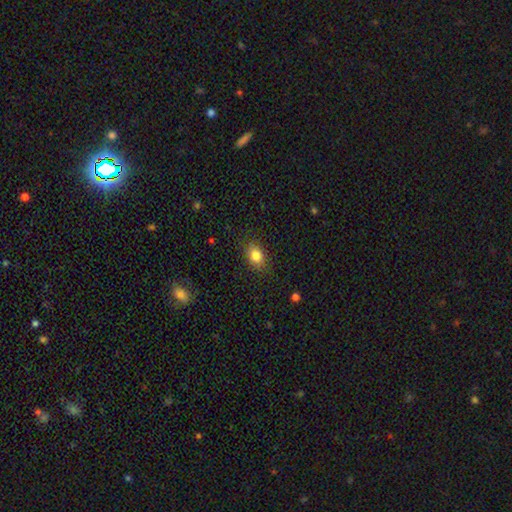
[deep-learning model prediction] A smooth galaxy with no disk features (83%) that is in between round and cigar-shaped (66%).

Vote fractions:
- Smooth or featured? smooth: 83% / star or artifact: 10% / featured or disk: 8%
- How rounded? in between: 66% / round: 32% / cigar-shaped: 2%
- Merging? none: 84% / minor disturbance: 12% / major disturbance: 3% / merger: 1%